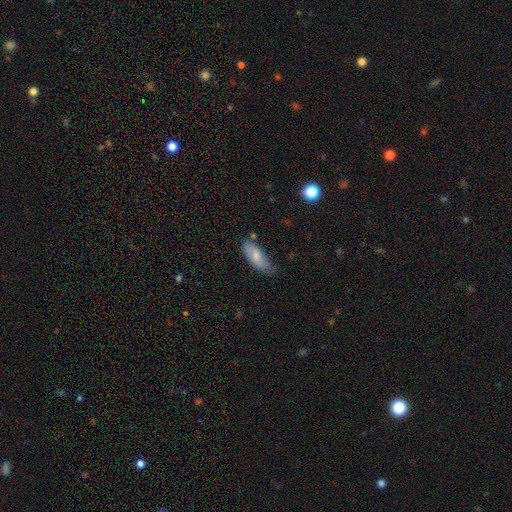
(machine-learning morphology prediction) This is likely a smooth galaxy (71%). How rounded: clearly in between (81%). Merging: possibly none (48%).